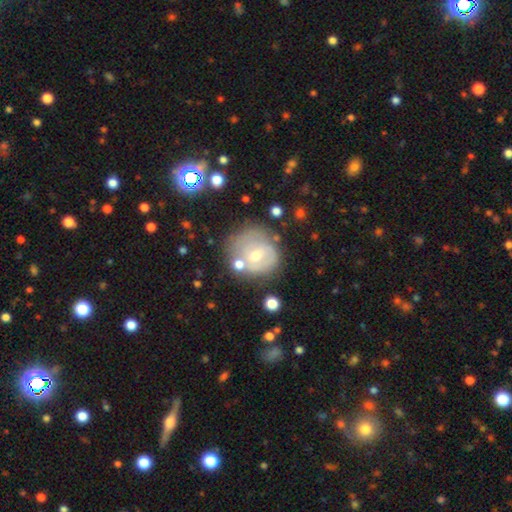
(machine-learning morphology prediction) Smooth or featured: featured or disk — 50% (smooth — 39%)
Edge-on disk: no — 96% (yes — 4%)
Merging: none — 59% (minor disturbance — 21%)